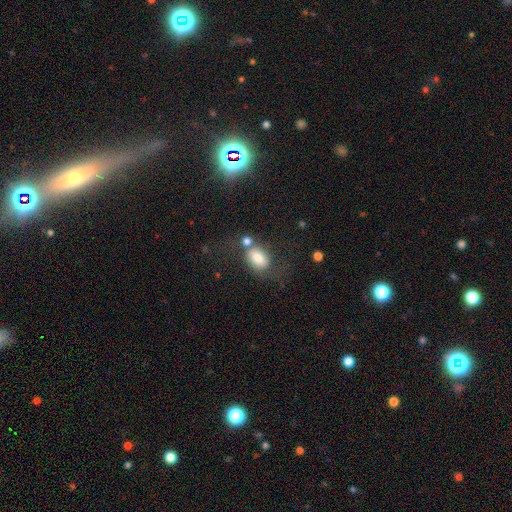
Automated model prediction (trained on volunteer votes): Smooth or featured? Predicted: smooth (p=0.72). How rounded? Predicted: in between (p=0.76). Merging? Predicted: none (p=0.46).